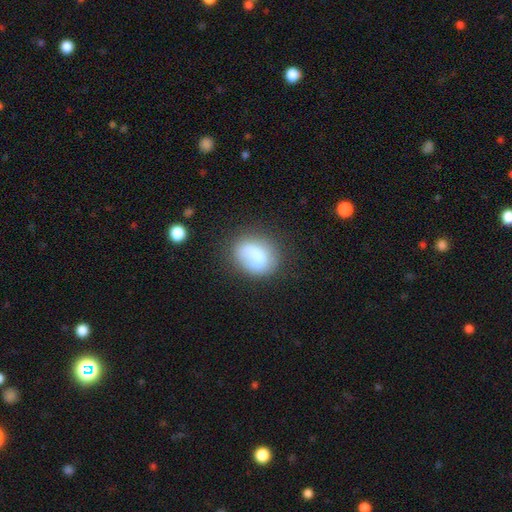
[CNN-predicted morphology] smooth_or_featured: smooth (p=0.68) [alt: featured or disk p=0.23]
how_rounded: in between (p=0.53) [alt: round p=0.45]
merging: none (p=0.58) [alt: minor disturbance p=0.22]